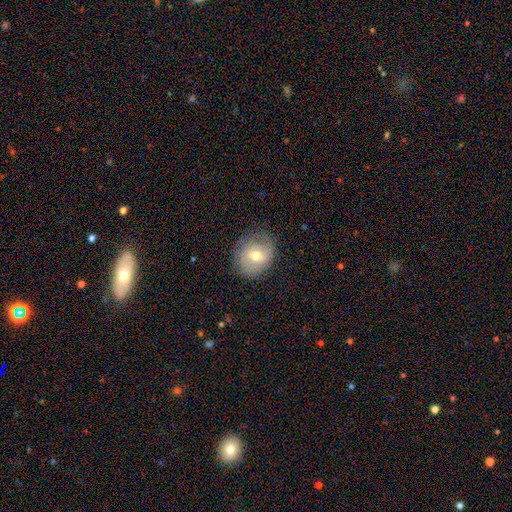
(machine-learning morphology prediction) smooth 53%, featured or disk 37%, star or artifact 10%. Down the decision tree: how rounded — round (72%); merging — none (77%).